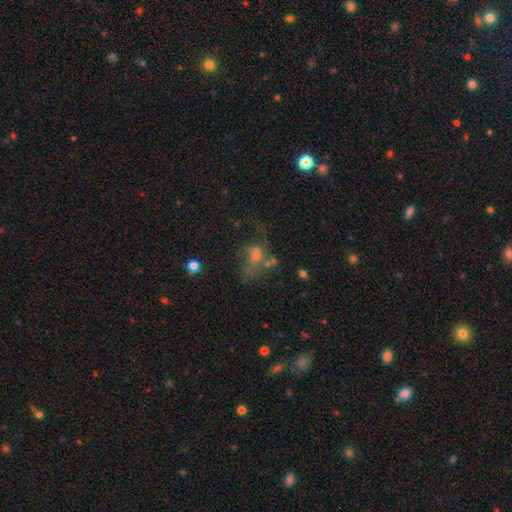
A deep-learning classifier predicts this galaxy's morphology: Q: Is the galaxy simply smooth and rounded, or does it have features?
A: featured or disk — 44%.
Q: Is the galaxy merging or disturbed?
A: major disturbance — 42%.